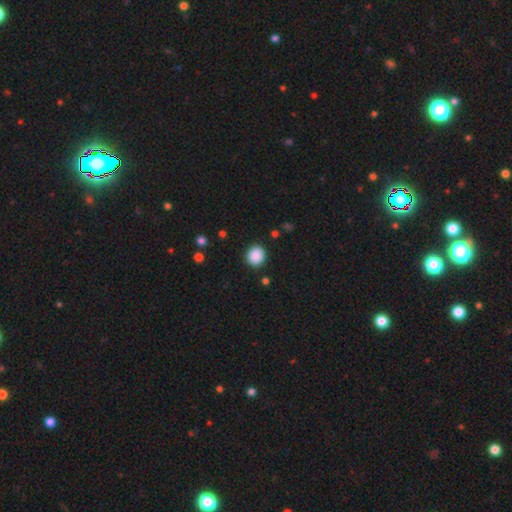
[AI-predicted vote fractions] Smooth or featured? Predicted: smooth (p=0.89). How rounded? Predicted: round (p=0.81). Merging? Predicted: none (p=0.90).